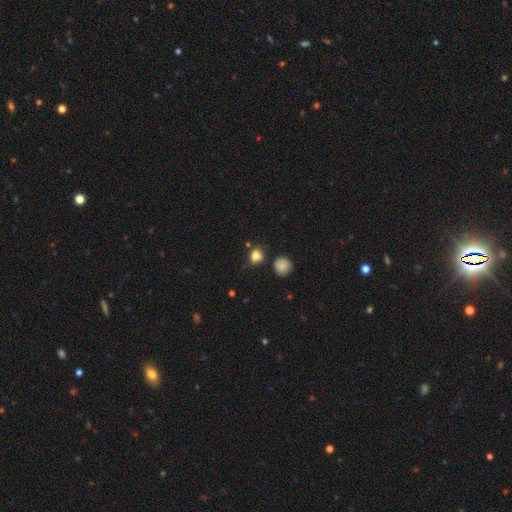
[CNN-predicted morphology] Smooth or featured?
  - smooth: 79% *
  - star or artifact: 14%
  - featured or disk: 7%
How rounded?
  - round: 61% *
  - in between: 37%
  - cigar-shaped: 1%
Merging?
  - none: 70% *
  - minor disturbance: 19%
  - merger: 6%
  - major disturbance: 5%